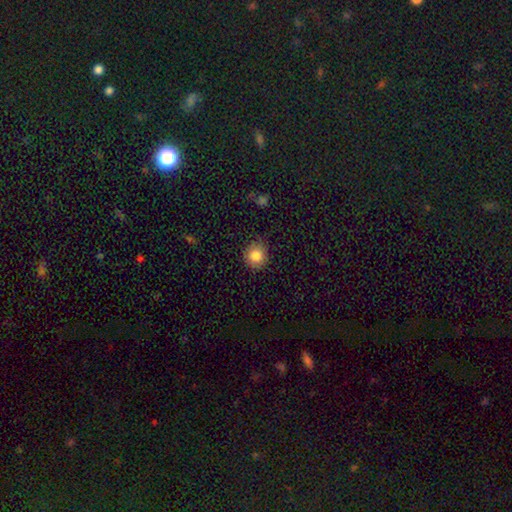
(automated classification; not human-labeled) smooth 85%, star or artifact 9%, featured or disk 6%. Down the decision tree: how rounded — round (90%); merging — none (84%).